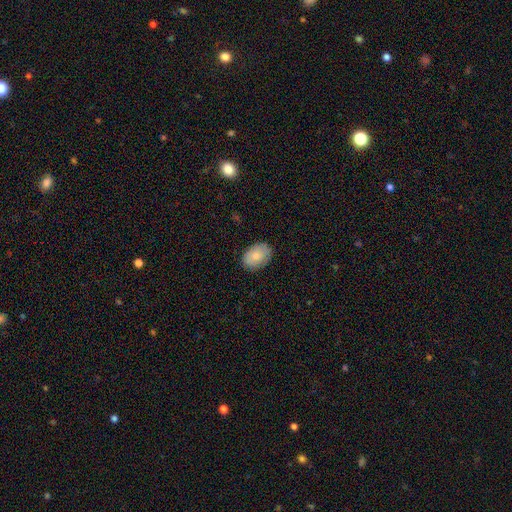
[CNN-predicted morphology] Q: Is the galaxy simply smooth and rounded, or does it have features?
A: smooth — 79%.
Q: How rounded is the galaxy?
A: in between — 83%.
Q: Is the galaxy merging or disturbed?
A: none — 85%.